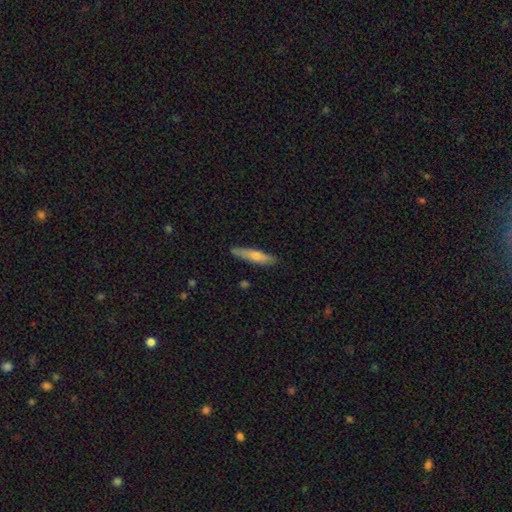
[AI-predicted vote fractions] This appears to be a smooth galaxy with no disk features (49%). Merging: none (89%).